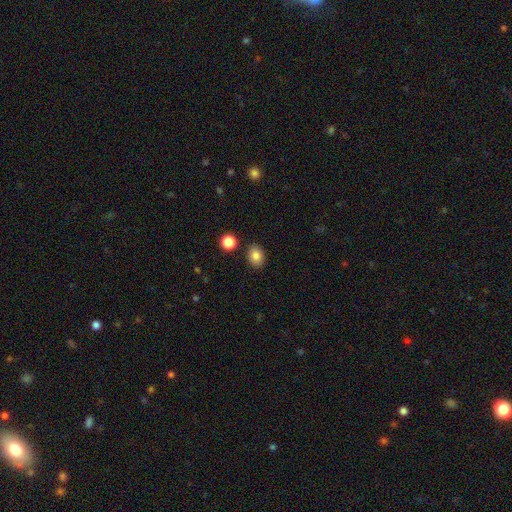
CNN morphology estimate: Smooth or featured? smooth (84%)
How rounded? in between (59%)
Merging? none (86%)